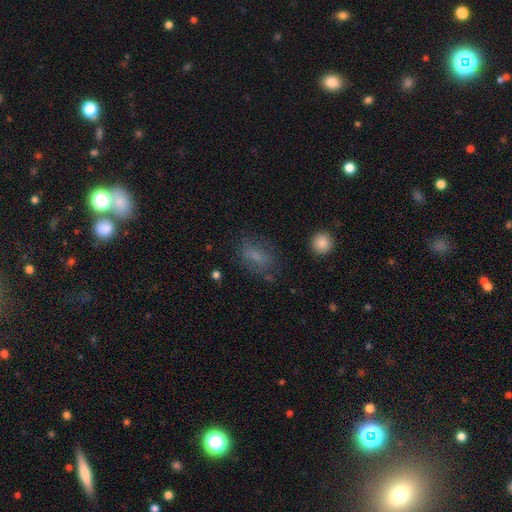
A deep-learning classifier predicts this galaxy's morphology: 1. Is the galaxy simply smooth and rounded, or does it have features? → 63% smooth, 23% featured or disk, 14% star or artifact.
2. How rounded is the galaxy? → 77% in between, 16% round, 7% cigar-shaped.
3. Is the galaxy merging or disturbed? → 65% none, 20% minor disturbance, 13% major disturbance, 3% merger.